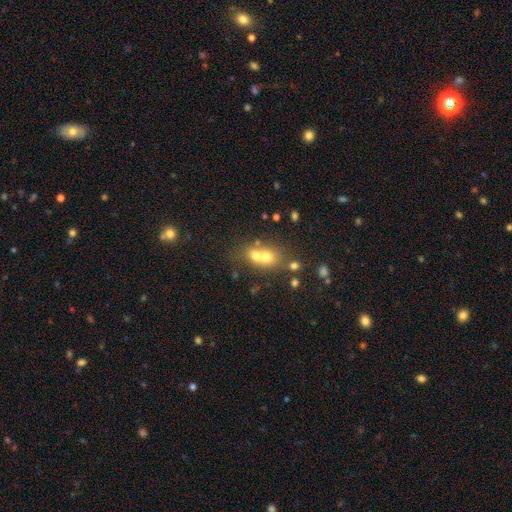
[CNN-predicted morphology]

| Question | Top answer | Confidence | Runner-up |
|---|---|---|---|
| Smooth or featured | smooth | 64% | featured or disk (22%) |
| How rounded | round | 57% | in between (41%) |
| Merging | merger | 64% | none (26%) |